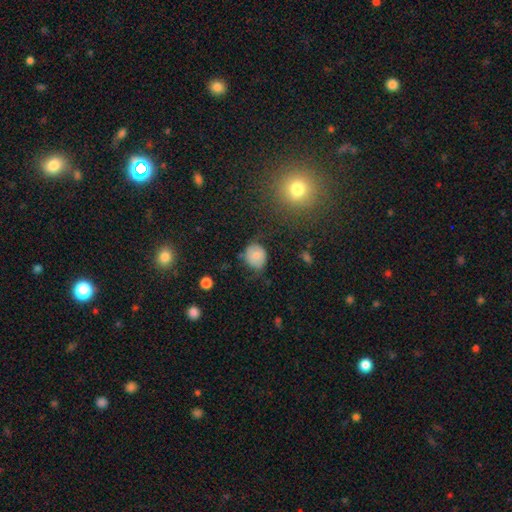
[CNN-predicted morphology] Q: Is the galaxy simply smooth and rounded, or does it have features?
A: smooth — 73%.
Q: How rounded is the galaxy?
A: round — 68%.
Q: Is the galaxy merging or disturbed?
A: none — 62%.